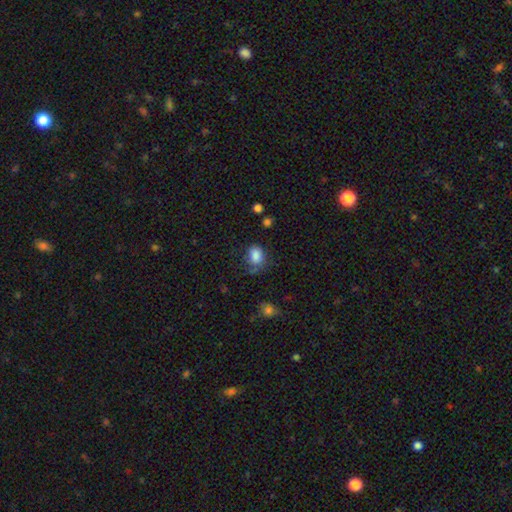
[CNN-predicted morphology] The model was most divided on "merging": none: 53%, minor disturbance: 27%, major disturbance: 15%, merger: 4%. More confident: smooth or featured — smooth (83%); how rounded — in between (65%).